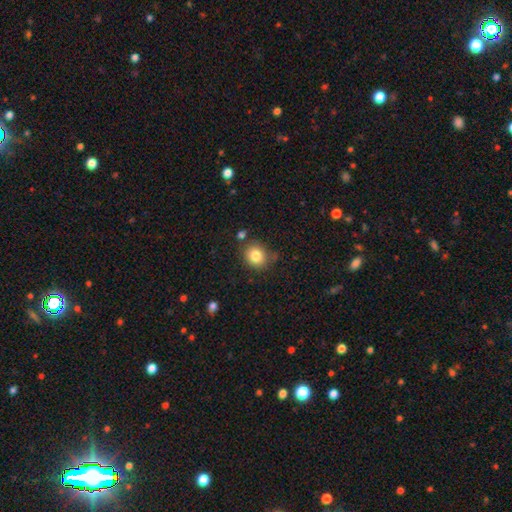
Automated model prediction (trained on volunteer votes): This appears to be a smooth galaxy with no disk features (82%) that is round (75%). Merging: none (75%).